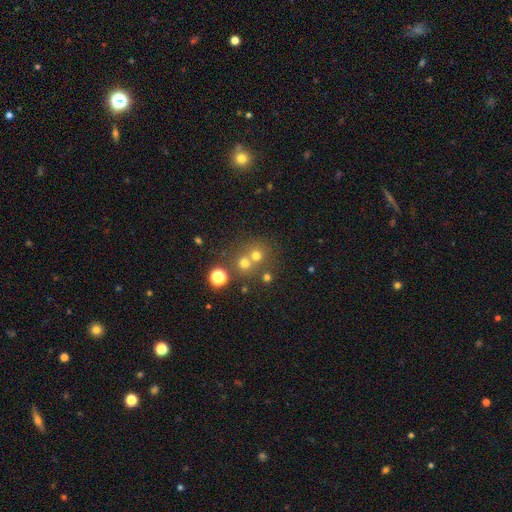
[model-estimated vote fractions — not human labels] Smooth or featured?
  - smooth: 54% *
  - star or artifact: 31%
  - featured or disk: 15%
How rounded?
  - round: 85% *
  - in between: 14%
  - cigar-shaped: 1%
Merging?
  - none: 50% *
  - merger: 39%
  - minor disturbance: 7%
  - major disturbance: 4%